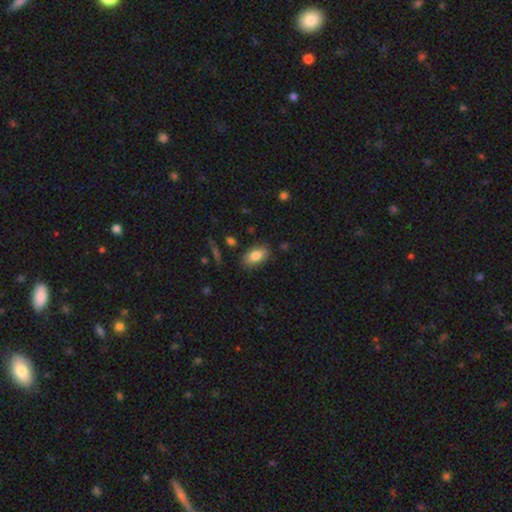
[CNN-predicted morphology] A smooth galaxy with no disk features (79%) that is in between round and cigar-shaped (91%).

Vote fractions:
- Smooth or featured? smooth: 79% / featured or disk: 13% / star or artifact: 7%
- How rounded? in between: 91% / cigar-shaped: 5% / round: 5%
- Merging? none: 83% / minor disturbance: 12% / major disturbance: 3% / merger: 2%